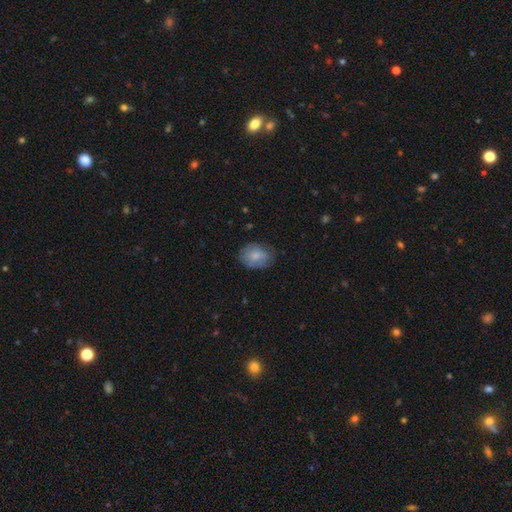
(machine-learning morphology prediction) smooth 75%, featured or disk 18%, star or artifact 7%. Down the decision tree: how rounded — in between (66%); merging — none (68%).